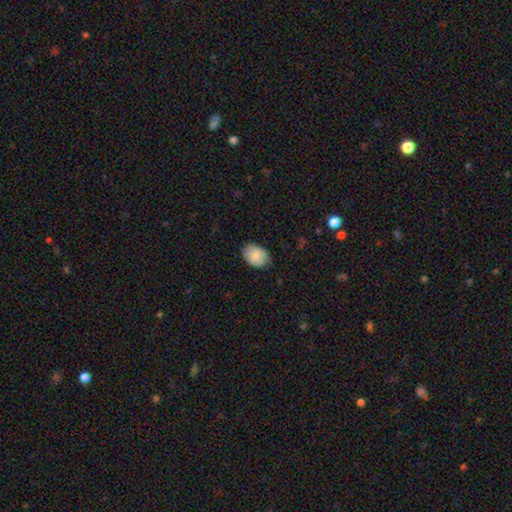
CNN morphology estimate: Smooth or featured: smooth — 83% (featured or disk — 10%)
How rounded: in between — 79% (round — 20%)
Merging: none — 81% (minor disturbance — 15%)